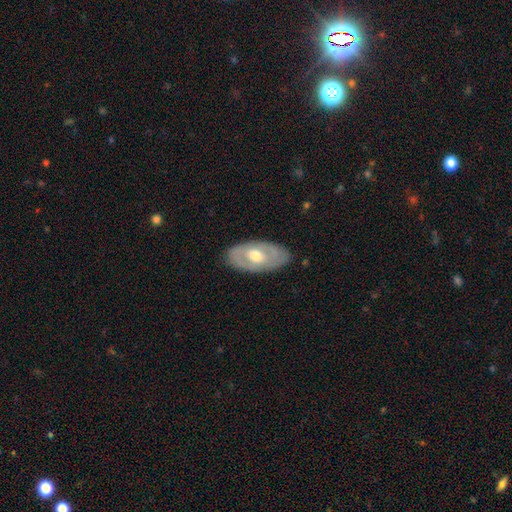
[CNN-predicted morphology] A featured or disk galaxy (61%) with no bar (70%), no spiral arms (69%) and a moderate central bulge (74%).

Vote fractions:
- Smooth or featured? featured or disk: 61% / smooth: 33% / star or artifact: 5%
- Edge-on disk? no: 87% / yes: 13%
- Bar? no: 70% / weak: 23% / strong: 7%
- Spiral arms? no: 69% / yes: 31%
- Bulge size? moderate: 74% / small: 13% / large: 11% / none: 1% / dominant: 1%
- Merging? none: 82% / minor disturbance: 13% / major disturbance: 3% / merger: 1%